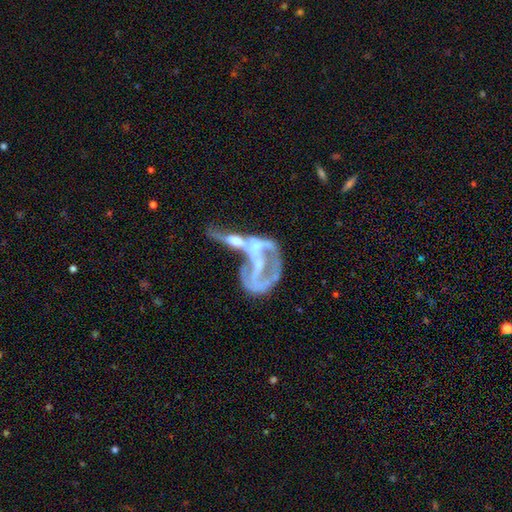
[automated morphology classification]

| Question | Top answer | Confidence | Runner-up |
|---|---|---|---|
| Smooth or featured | featured or disk | 73% | smooth (16%) |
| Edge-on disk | no | 91% | yes (9%) |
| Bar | no | 57% | weak (25%) |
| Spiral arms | no | 50% | tied: yes (50%) |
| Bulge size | small | 40% | none (28%) |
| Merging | merger | 67% | major disturbance (18%) |